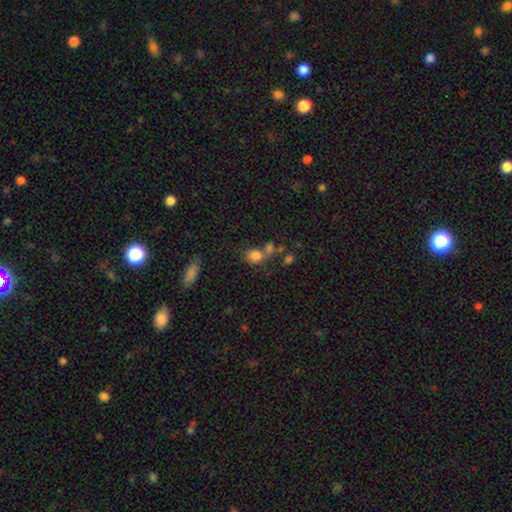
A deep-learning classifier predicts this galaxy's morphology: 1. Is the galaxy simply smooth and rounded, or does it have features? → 80% smooth, 12% star or artifact, 9% featured or disk.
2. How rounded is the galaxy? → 50% round, 48% in between, 2% cigar-shaped.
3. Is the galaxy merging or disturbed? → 45% none, 32% merger, 14% minor disturbance, 8% major disturbance.